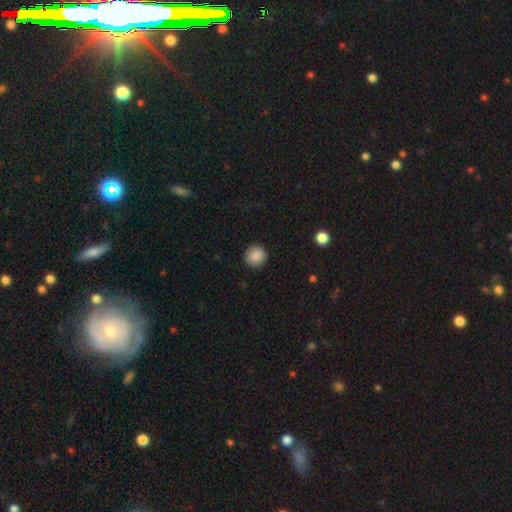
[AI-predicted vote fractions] Morphology: type=smooth (88%); roundness=round (93%); merging=none (91%).